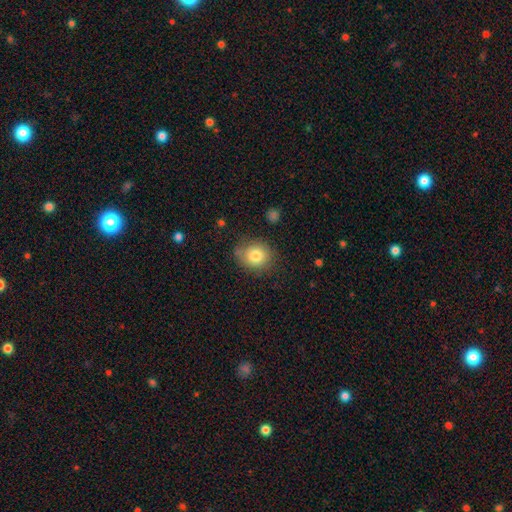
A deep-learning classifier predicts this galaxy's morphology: Overall: smooth (81%). How rounded: round (68%; in between 31%). Merging: none (74%).